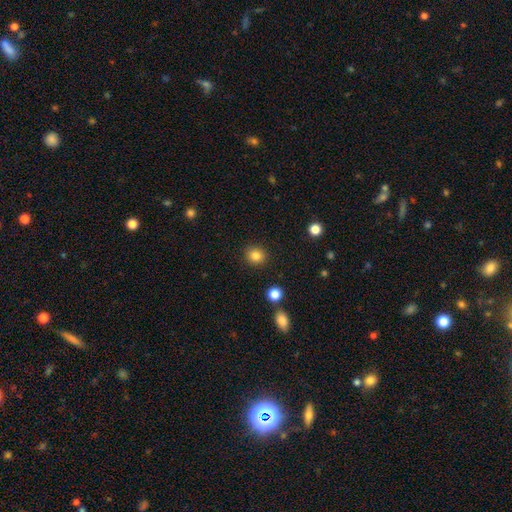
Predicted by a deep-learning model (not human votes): Smooth or featured?
  - smooth: 83% *
  - star or artifact: 11%
  - featured or disk: 5%
How rounded?
  - round: 86% *
  - in between: 13%
  - cigar-shaped: 1%
Merging?
  - none: 90% *
  - minor disturbance: 6%
  - major disturbance: 2%
  - merger: 2%